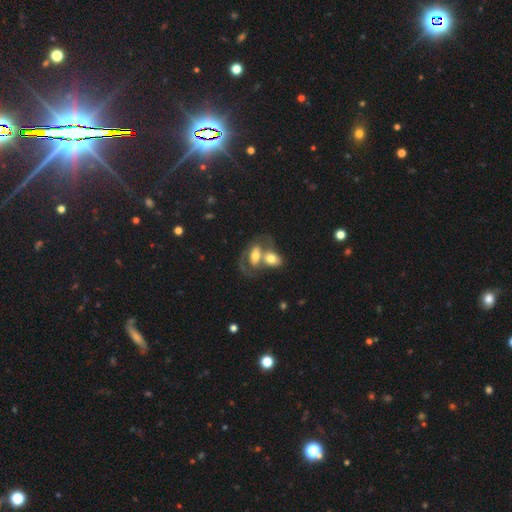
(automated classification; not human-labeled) Smooth or featured? featured or disk (47%)
Merging? merger (68%)